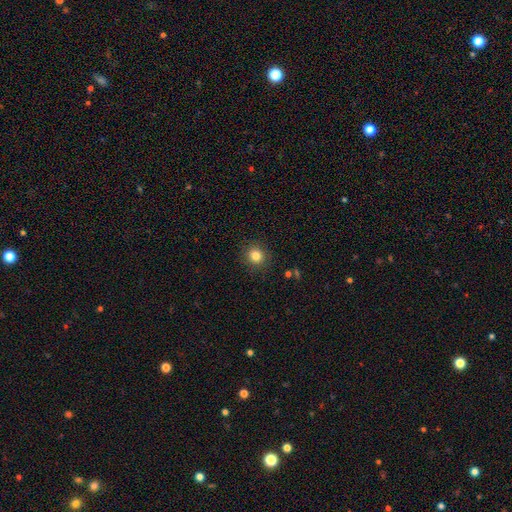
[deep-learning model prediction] Smooth or featured?
  - smooth: 83% *
  - star or artifact: 12%
  - featured or disk: 6%
How rounded?
  - round: 89% *
  - in between: 10%
  - cigar-shaped: 1%
Merging?
  - none: 90% *
  - minor disturbance: 7%
  - major disturbance: 2%
  - merger: 1%